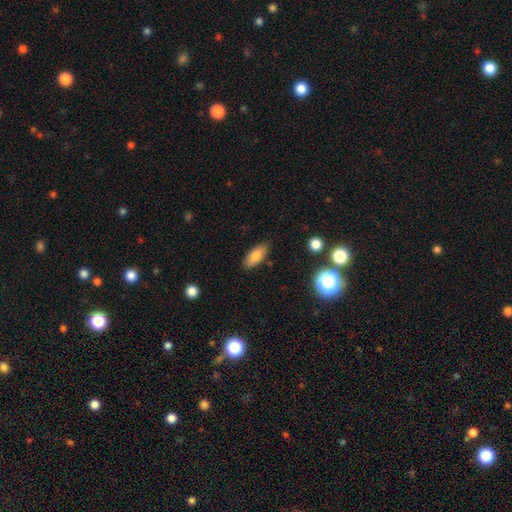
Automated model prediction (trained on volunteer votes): This appears to be a smooth galaxy with no disk features (81%) that is in between round and cigar-shaped (81%). Merging: none (85%).